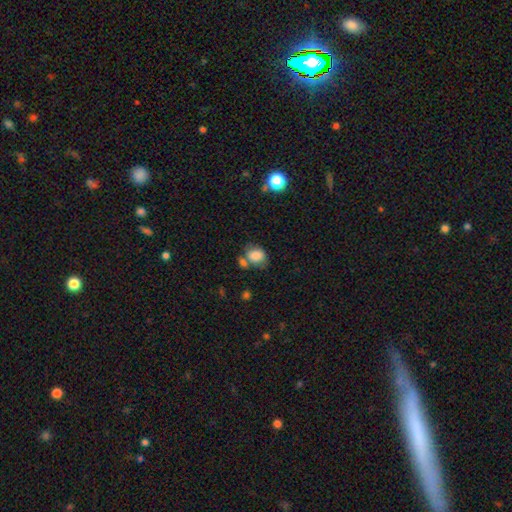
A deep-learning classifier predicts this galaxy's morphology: A smooth galaxy with no disk features (81%) that is in between round and cigar-shaped (59%). Merging: none (45%).